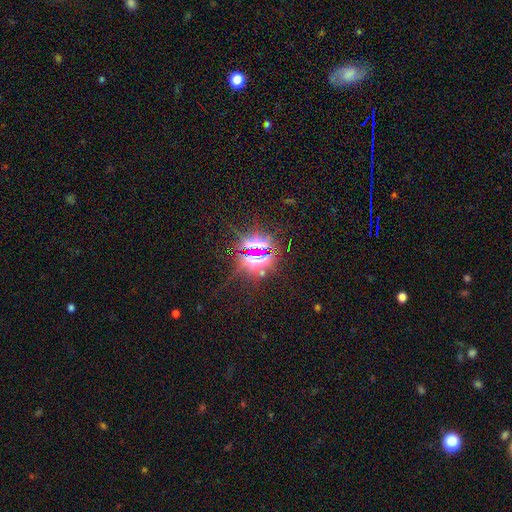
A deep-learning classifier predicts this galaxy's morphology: Smooth or featured? Predicted: star or artifact (p=0.79).